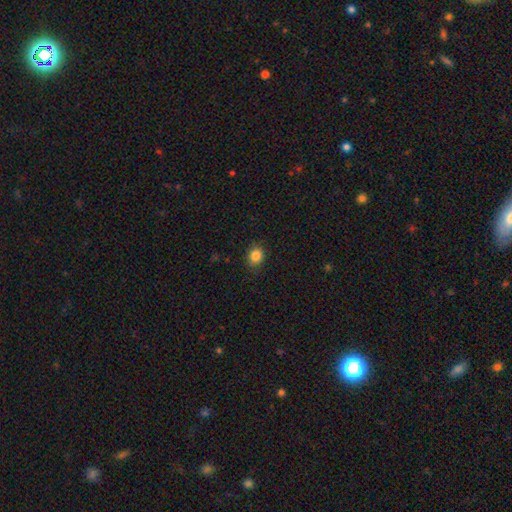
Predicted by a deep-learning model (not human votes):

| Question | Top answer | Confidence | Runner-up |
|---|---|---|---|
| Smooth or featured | smooth | 85% | star or artifact (11%) |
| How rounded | round | 66% | in between (33%) |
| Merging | none | 86% | minor disturbance (10%) |